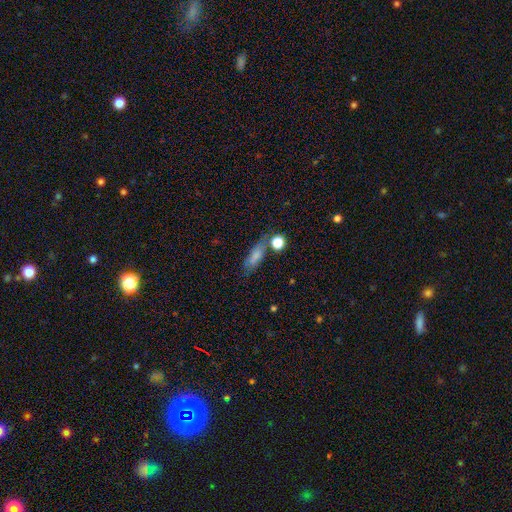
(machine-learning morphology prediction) smooth-or-featured: smooth: 76% | featured or disk: 14% | star or artifact: 10%
  how-rounded: in between: 51% | cigar-shaped: 43% | round: 7%
  merging: none: 61% | minor disturbance: 19% | merger: 12% | major disturbance: 8%